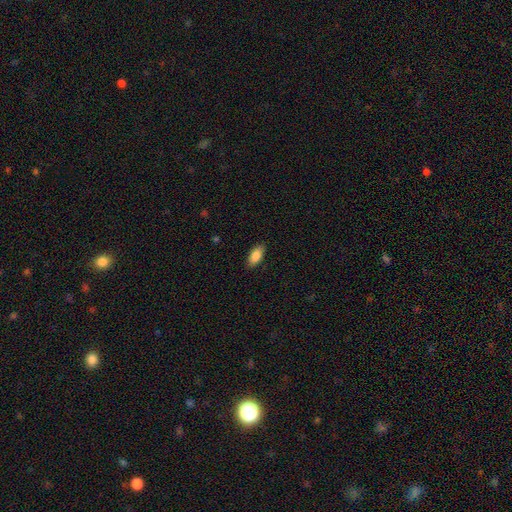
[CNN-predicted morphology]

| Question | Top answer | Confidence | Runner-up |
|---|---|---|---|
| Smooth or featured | smooth | 87% | featured or disk (7%) |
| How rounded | in between | 89% | cigar-shaped (8%) |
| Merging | none | 87% | minor disturbance (10%) |